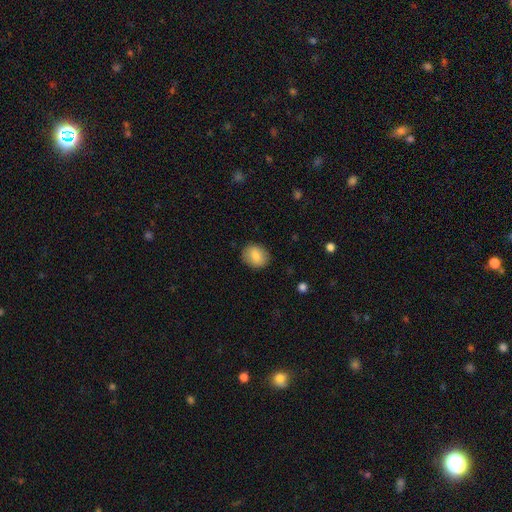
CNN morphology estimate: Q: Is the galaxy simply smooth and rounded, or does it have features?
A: smooth — 82%.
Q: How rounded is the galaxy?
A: round — 58%.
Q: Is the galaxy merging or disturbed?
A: none — 87%.